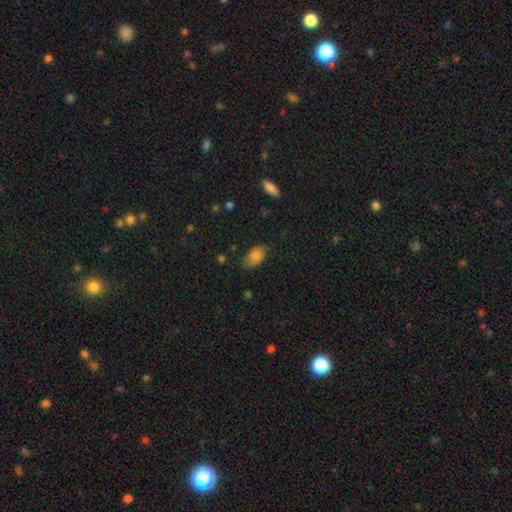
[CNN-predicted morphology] Smooth or featured? Predicted: smooth (p=0.80). How rounded? Predicted: in between (p=0.92). Merging? Predicted: none (p=0.72).